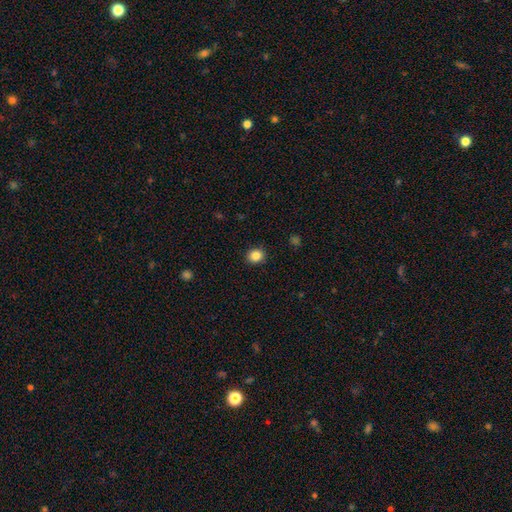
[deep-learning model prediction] Q: Smooth or featured?
A: smooth (85%); runner-up: star or artifact (10%)
Q: How rounded?
A: round (76%); runner-up: in between (23%)
Q: Merging?
A: none (91%); runner-up: minor disturbance (7%)